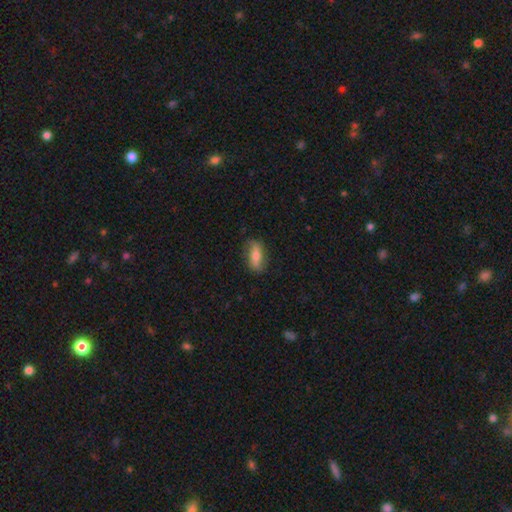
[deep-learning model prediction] Morphology: type=smooth (68%); roundness=in between (75%); merging=none (78%).